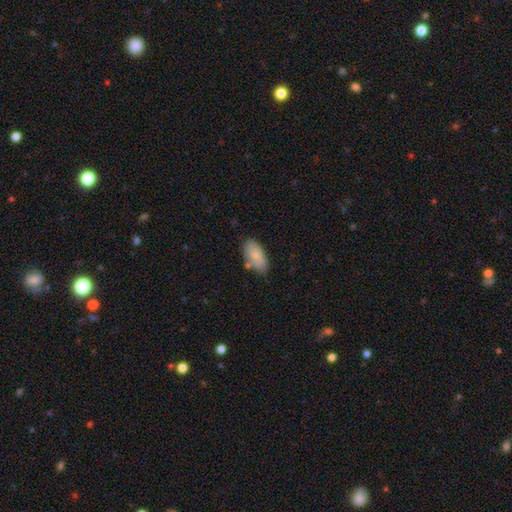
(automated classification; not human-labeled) Morphology: type=smooth (83%); roundness=in between (92%); merging=none (72%).